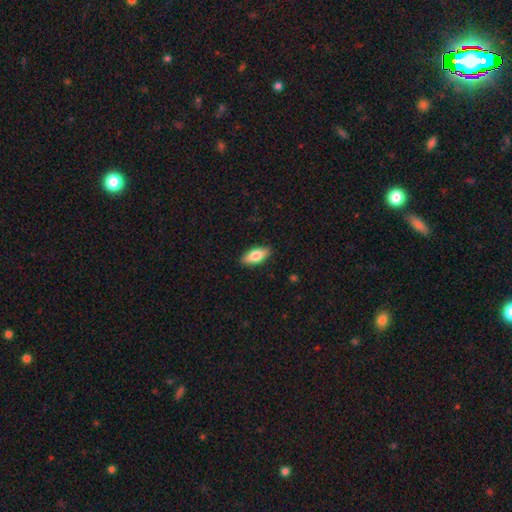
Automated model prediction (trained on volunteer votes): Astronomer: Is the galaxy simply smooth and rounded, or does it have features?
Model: smooth — 76%.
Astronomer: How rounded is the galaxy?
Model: in between — 80%.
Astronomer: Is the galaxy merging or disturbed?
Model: none — 88%.